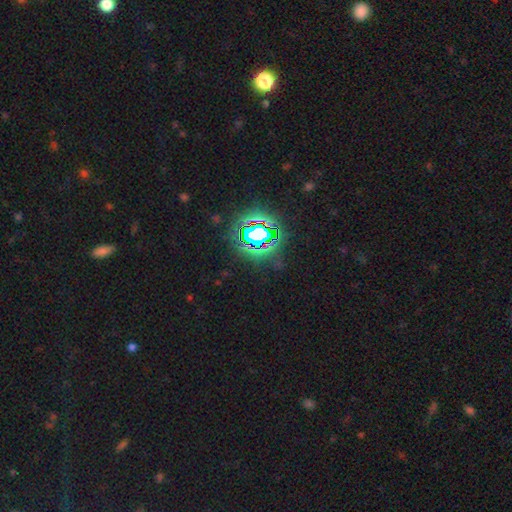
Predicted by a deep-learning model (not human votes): Smooth or featured: star or artifact — 84% (smooth — 10%)